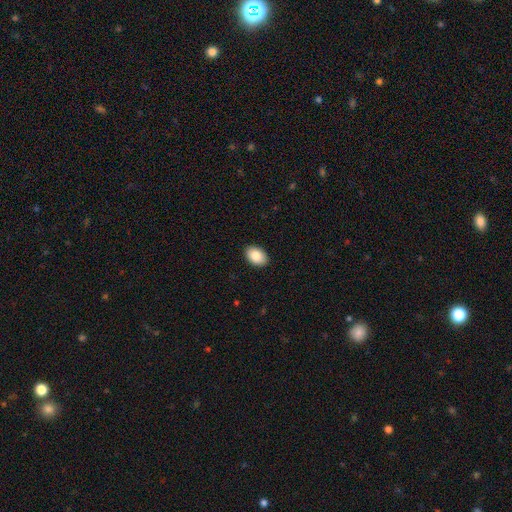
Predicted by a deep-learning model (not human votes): Smooth or featured: smooth — 87% (star or artifact — 7%)
How rounded: in between — 87% (round — 12%)
Merging: none — 90% (minor disturbance — 7%)